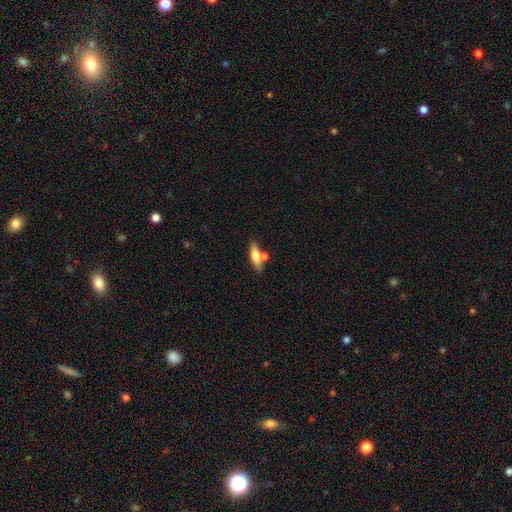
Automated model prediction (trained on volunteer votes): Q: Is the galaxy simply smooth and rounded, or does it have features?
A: smooth — 60%.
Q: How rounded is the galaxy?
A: cigar-shaped — 58%.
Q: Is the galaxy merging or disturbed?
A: none — 61%.